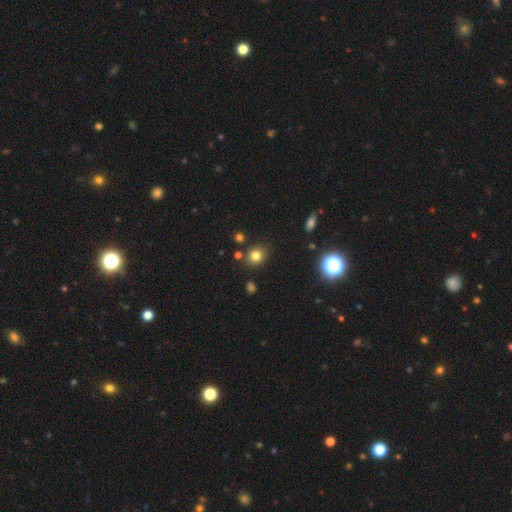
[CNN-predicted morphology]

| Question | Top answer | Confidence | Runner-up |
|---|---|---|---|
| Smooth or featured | smooth | 78% | star or artifact (15%) |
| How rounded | round | 80% | in between (19%) |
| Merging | none | 83% | minor disturbance (9%) |